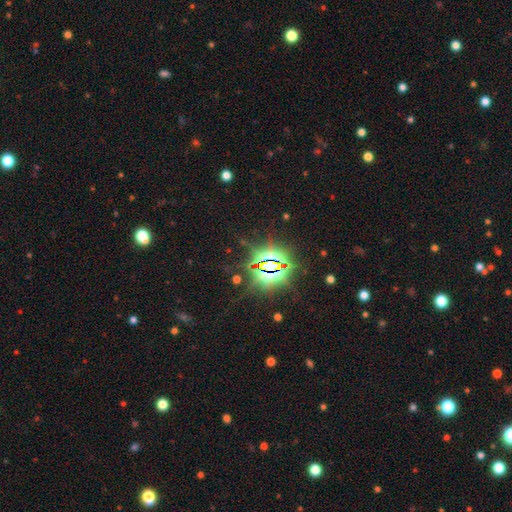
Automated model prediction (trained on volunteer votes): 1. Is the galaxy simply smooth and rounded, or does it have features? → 85% star or artifact, 9% smooth, 6% featured or disk.